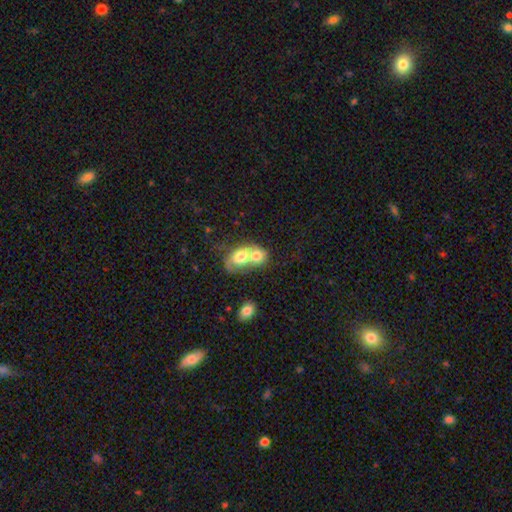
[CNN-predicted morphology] smooth_or_featured: smooth (p=0.58) [alt: featured or disk p=0.33]
how_rounded: in between (p=0.55) [alt: round p=0.44]
merging: merger (p=0.78) [alt: none p=0.12]